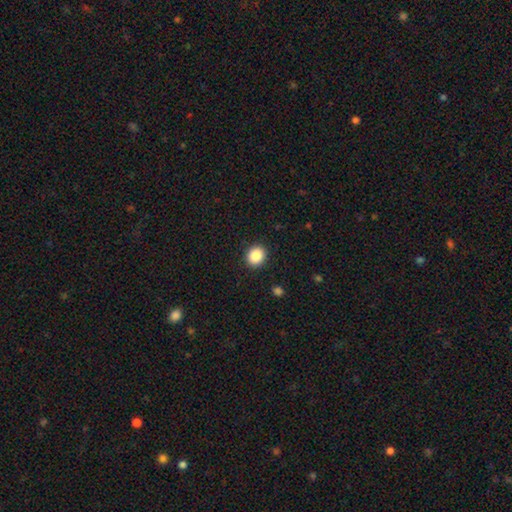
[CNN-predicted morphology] smooth_or_featured: smooth (p=0.86) [alt: star or artifact p=0.09]
how_rounded: round (p=0.71) [alt: in between p=0.28]
merging: none (p=0.91) [alt: minor disturbance p=0.06]